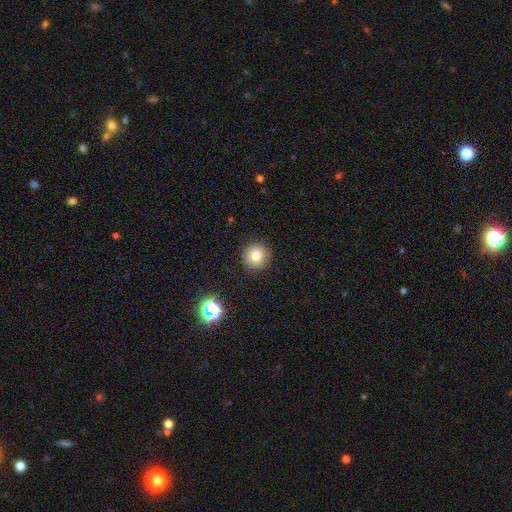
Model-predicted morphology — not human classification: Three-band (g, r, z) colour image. It shows a smooth galaxy with no disk features (80%) that is round (94%). Merging: none (90%).